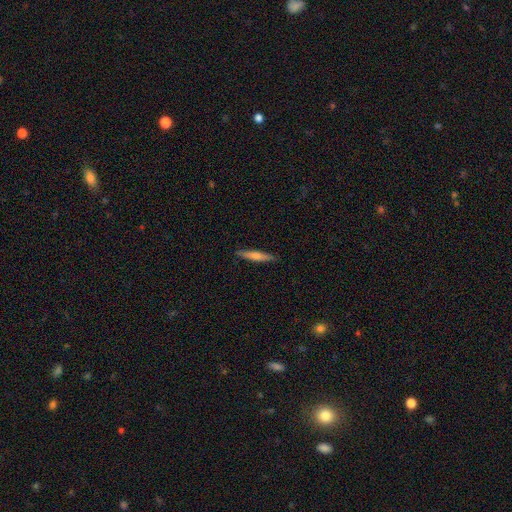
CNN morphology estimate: Smooth or featured?
  - smooth: 51% *
  - featured or disk: 43%
  - star or artifact: 6%
How rounded?
  - cigar-shaped: 93% *
  - in between: 6%
  - round: 2%
Merging?
  - none: 90% *
  - minor disturbance: 7%
  - major disturbance: 2%
  - merger: 1%